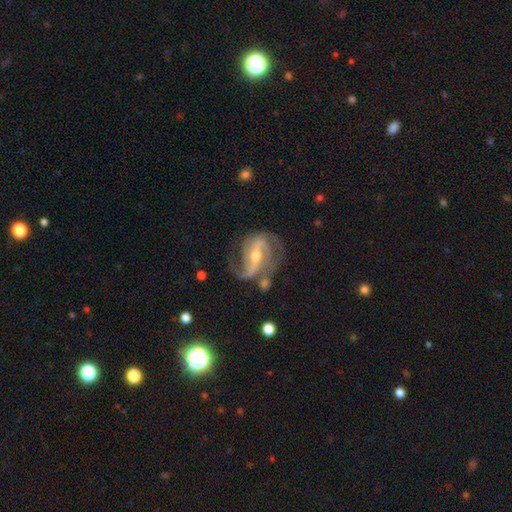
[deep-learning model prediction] A featured or disk galaxy (89%) with a strong bar (57%), 2 (71%) medium (45%) spiral arms (96%) and a moderate central bulge (51%). Merging: none (59%).